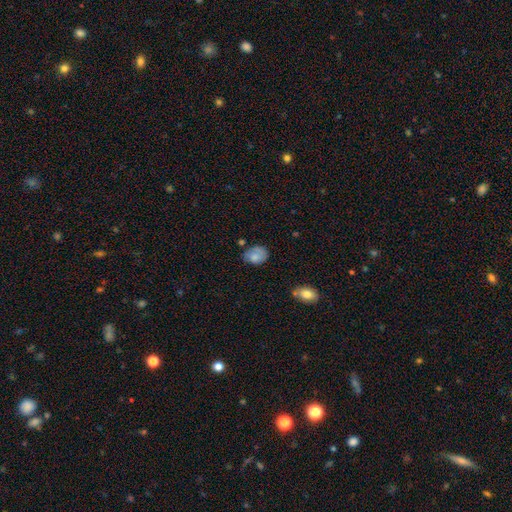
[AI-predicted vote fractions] Smooth or featured: smooth — 71% (featured or disk — 21%)
How rounded: in between — 72% (round — 27%)
Merging: none — 51% (minor disturbance — 32%)